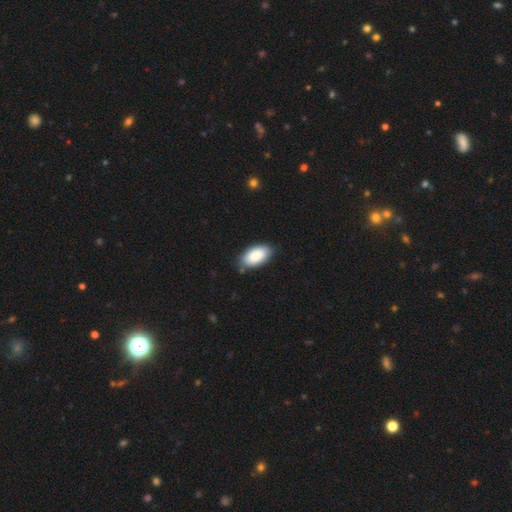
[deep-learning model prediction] Smooth or featured? Predicted: smooth (p=0.87). How rounded? Predicted: in between (p=0.95). Merging? Predicted: none (p=0.83).